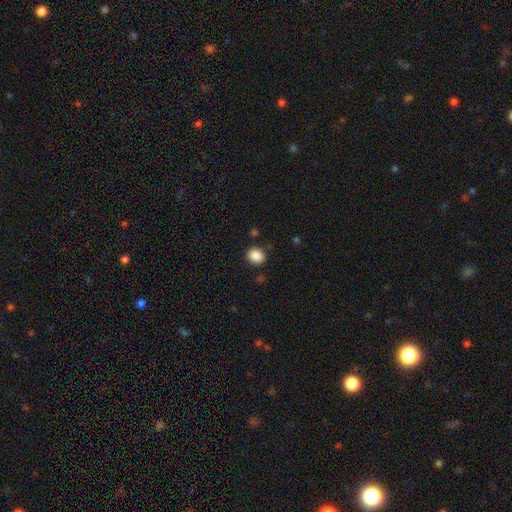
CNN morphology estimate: Smooth or featured? smooth (87%)
How rounded? round (71%)
Merging? none (88%)